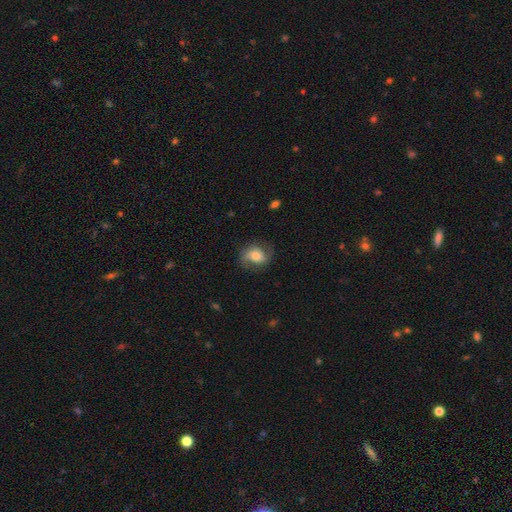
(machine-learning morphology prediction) A featured or disk galaxy (51%). Merging: none (68%).